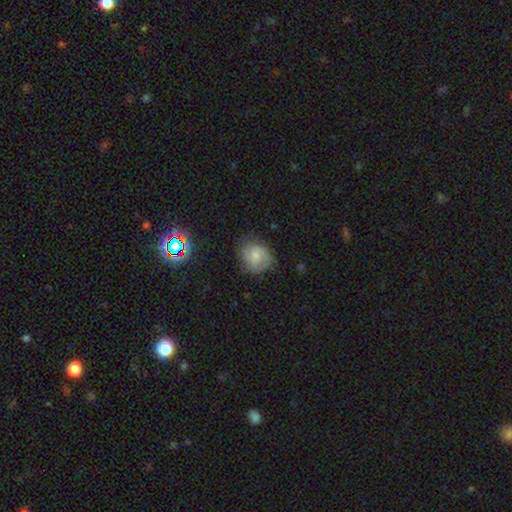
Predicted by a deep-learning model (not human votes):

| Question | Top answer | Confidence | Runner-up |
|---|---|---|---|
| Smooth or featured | smooth | 46% | featured or disk (45%) |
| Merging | none | 70% | minor disturbance (22%) |